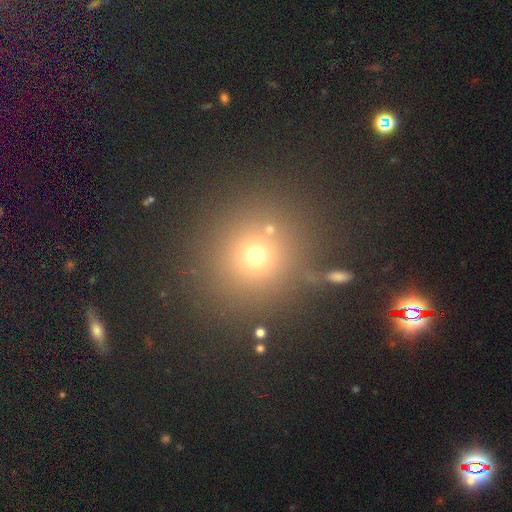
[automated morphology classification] Q: Smooth or featured?
A: smooth (66%); runner-up: star or artifact (25%)
Q: How rounded?
A: round (91%); runner-up: in between (8%)
Q: Merging?
A: none (82%); runner-up: minor disturbance (8%)